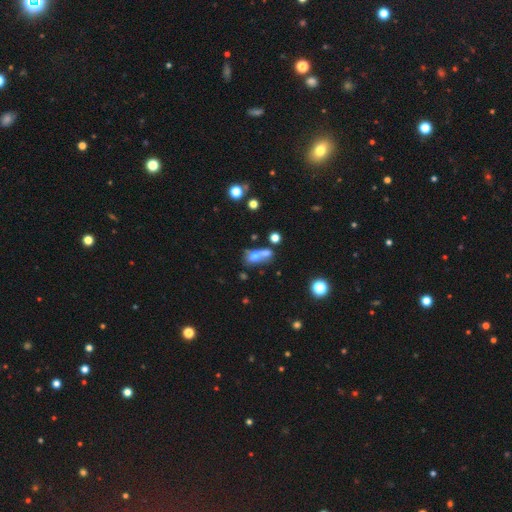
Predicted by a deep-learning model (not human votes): smooth-or-featured: smooth: 62% | featured or disk: 25% | star or artifact: 13%
  how-rounded: in between: 65% | round: 27% | cigar-shaped: 9%
  merging: merger: 55% | none: 24% | minor disturbance: 11% | major disturbance: 10%